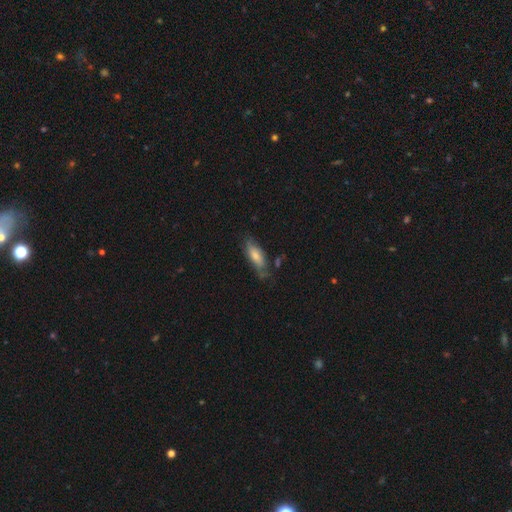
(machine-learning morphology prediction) Smooth or featured?
  - smooth: 67% *
  - featured or disk: 27%
  - star or artifact: 6%
How rounded?
  - in between: 66% *
  - cigar-shaped: 32%
  - round: 2%
Merging?
  - none: 55% *
  - minor disturbance: 30%
  - major disturbance: 11%
  - merger: 4%